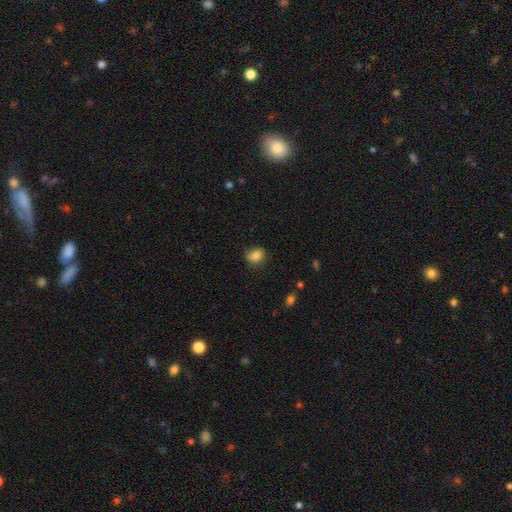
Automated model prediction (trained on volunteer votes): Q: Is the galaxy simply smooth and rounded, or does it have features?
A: smooth — 83%.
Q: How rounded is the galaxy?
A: in between — 53%.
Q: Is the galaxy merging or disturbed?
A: none — 68%.